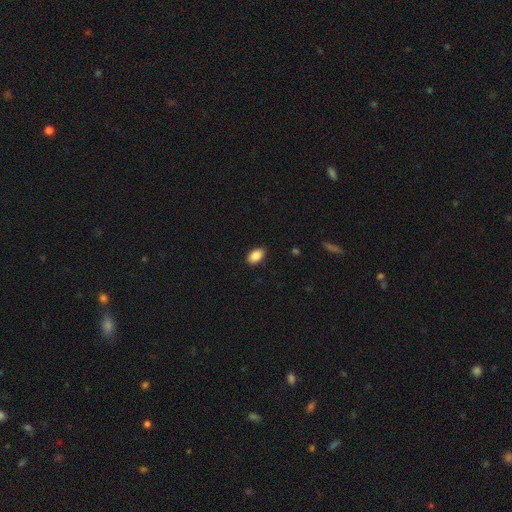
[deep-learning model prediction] smooth-or-featured: smooth: 89% | star or artifact: 7% | featured or disk: 4%
  how-rounded: in between: 92% | round: 7% | cigar-shaped: 1%
  merging: none: 89% | minor disturbance: 8% | major disturbance: 2% | merger: 1%